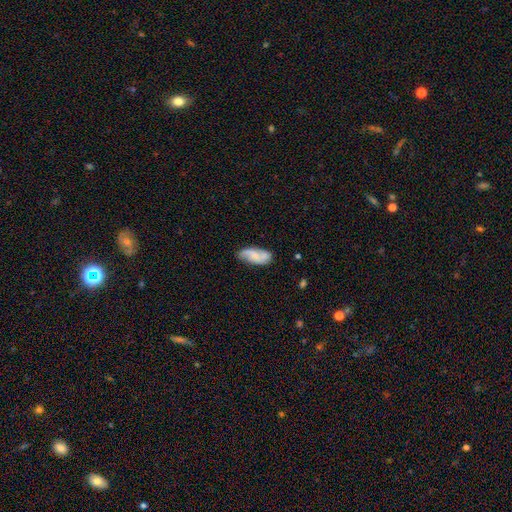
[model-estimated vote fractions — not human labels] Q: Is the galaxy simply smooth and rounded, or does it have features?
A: featured or disk — 55%.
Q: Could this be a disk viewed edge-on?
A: no — 95%.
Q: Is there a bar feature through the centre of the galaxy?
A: no — 55%.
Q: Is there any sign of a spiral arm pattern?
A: yes — 90%.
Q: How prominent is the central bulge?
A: small — 48%.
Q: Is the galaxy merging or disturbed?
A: none — 66%.